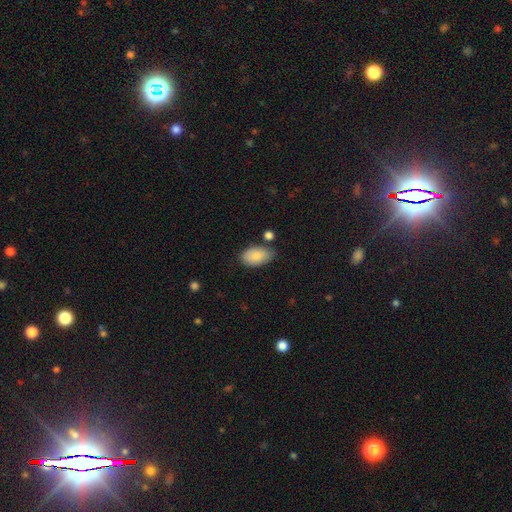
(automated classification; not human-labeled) Smooth or featured? smooth (85%)
How rounded? in between (94%)
Merging? none (73%)